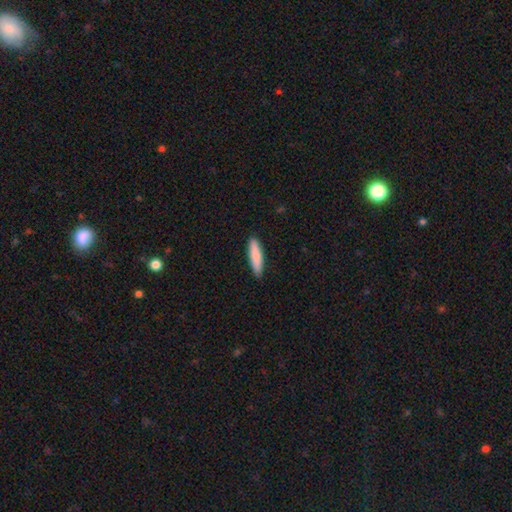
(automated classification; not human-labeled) Smooth or featured: smooth — 81% (featured or disk — 13%)
How rounded: cigar-shaped — 76% (in between — 22%)
Merging: none — 89% (minor disturbance — 8%)